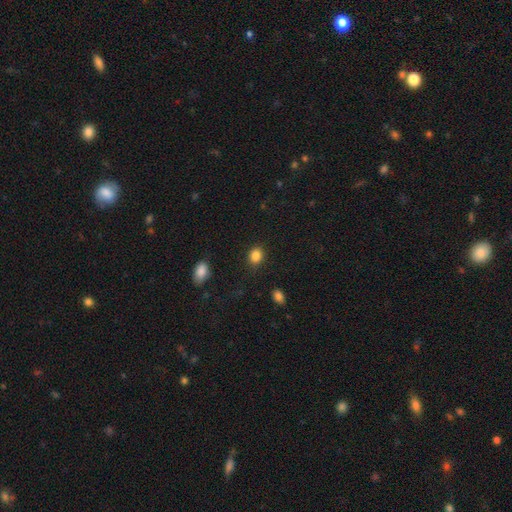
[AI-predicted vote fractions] This appears to be a smooth galaxy with no disk features (85%) that is round (57%). Merging: none (86%).